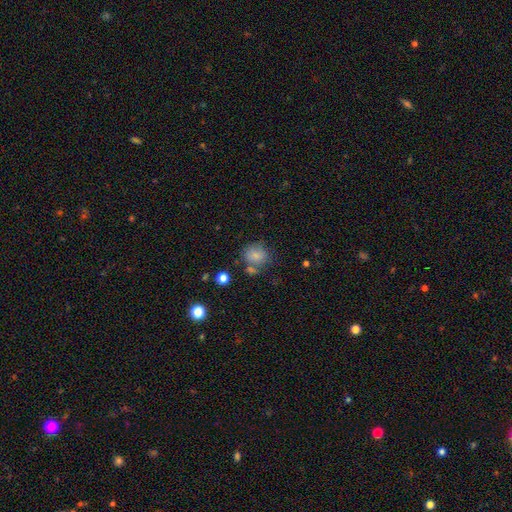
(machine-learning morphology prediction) A smooth galaxy with no disk features (80%) that is round (76%). Merging: none (62%).